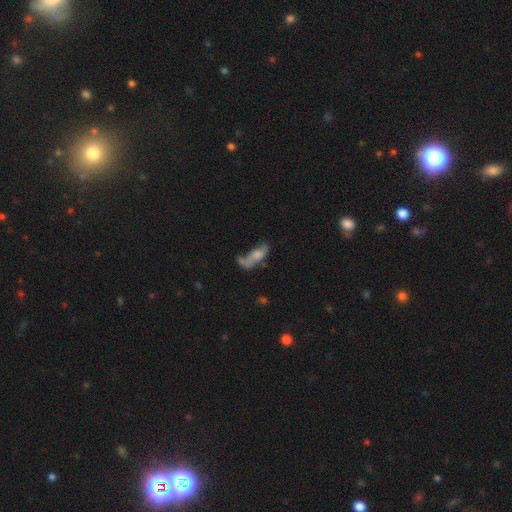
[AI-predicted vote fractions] smooth-or-featured: smooth: 49% | featured or disk: 41% | star or artifact: 10%
  merging: major disturbance: 34% | none: 26% | merger: 20% | minor disturbance: 20%